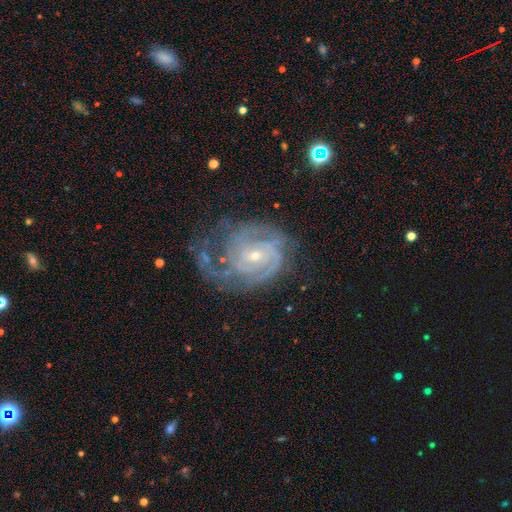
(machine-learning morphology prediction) smooth_or_featured: featured or disk (p=0.88) [alt: star or artifact p=0.06]
disk_edge_on: no (p=0.98) [alt: yes p=0.02]
bar: no (p=0.55) [alt: weak p=0.36]
has_spiral_arms: yes (p=0.96) [alt: no p=0.04]
spiral_winding: tight (p=0.63) [alt: medium p=0.31]
spiral_arm_count: 2 (p=0.34) [alt: can't tell p=0.25]
bulge_size: small (p=0.72) [alt: moderate p=0.25]
merging: none (p=0.50) [alt: minor disturbance p=0.25]